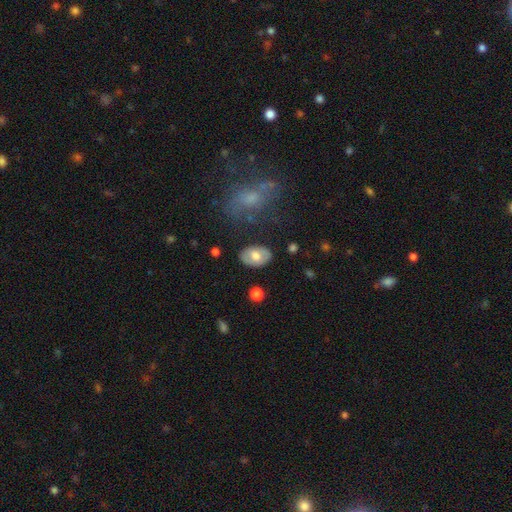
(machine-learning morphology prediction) smooth 63%, featured or disk 30%, star or artifact 6%. Down the decision tree: how rounded — in between (88%); merging — none (82%).